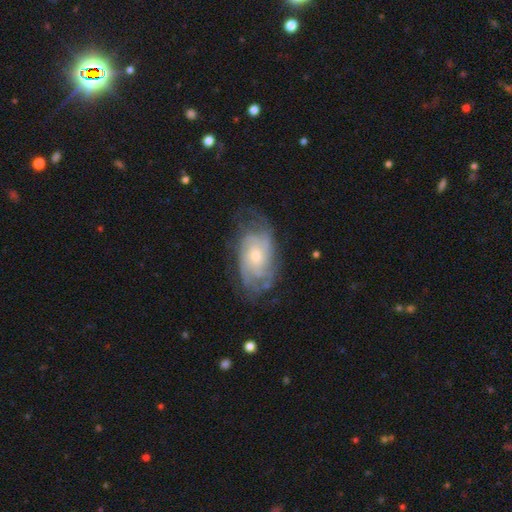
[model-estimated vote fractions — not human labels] This appears to be a featured or disk galaxy (83%) with no bar (72%), tight (63%) spiral arms (95%) and a small central bulge (61%). Merging: none (69%).